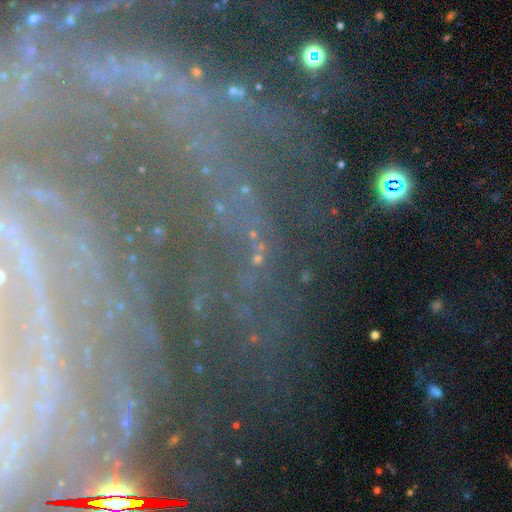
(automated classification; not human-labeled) Smooth or featured: featured or disk — 52% (star or artifact — 33%)
Edge-on disk: no — 86% (yes — 14%)
Merging: none — 70% (minor disturbance — 14%)